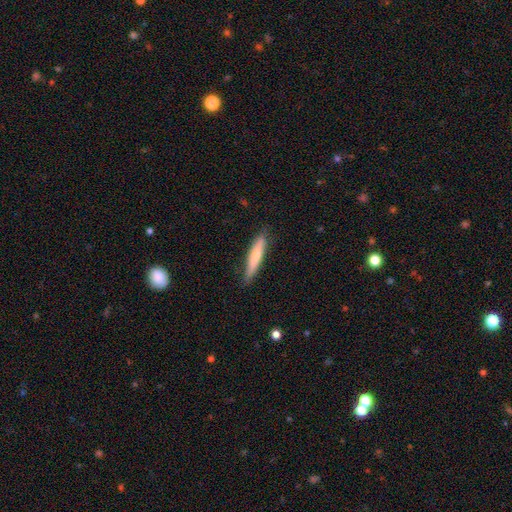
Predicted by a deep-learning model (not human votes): A smooth galaxy with no disk features (69%) that is cigar-shaped (89%).

Vote fractions:
- Smooth or featured? smooth: 69% / featured or disk: 26% / star or artifact: 5%
- How rounded? cigar-shaped: 89% / in between: 10% / round: 1%
- Merging? none: 81% / minor disturbance: 15% / major disturbance: 2% / merger: 1%